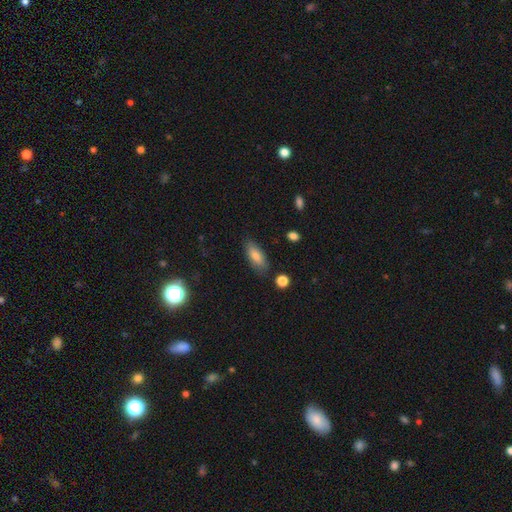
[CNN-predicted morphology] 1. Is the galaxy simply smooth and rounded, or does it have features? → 79% smooth, 13% featured or disk, 8% star or artifact.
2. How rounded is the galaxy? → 77% in between, 20% cigar-shaped, 3% round.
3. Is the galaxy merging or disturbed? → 82% none, 12% minor disturbance, 3% major disturbance, 2% merger.